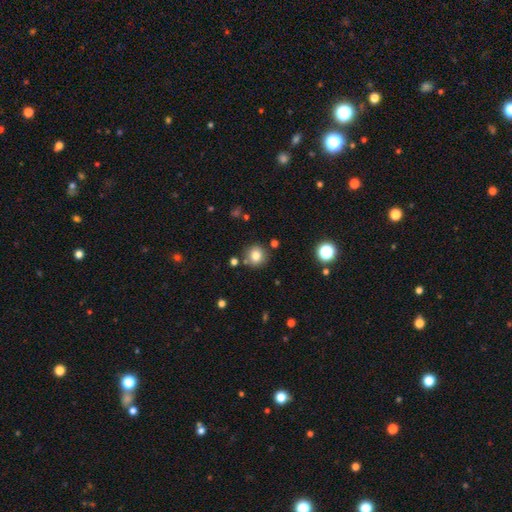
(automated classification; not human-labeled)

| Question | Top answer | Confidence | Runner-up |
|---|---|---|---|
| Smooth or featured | smooth | 79% | star or artifact (12%) |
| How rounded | round | 92% | in between (7%) |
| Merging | none | 83% | minor disturbance (9%) |